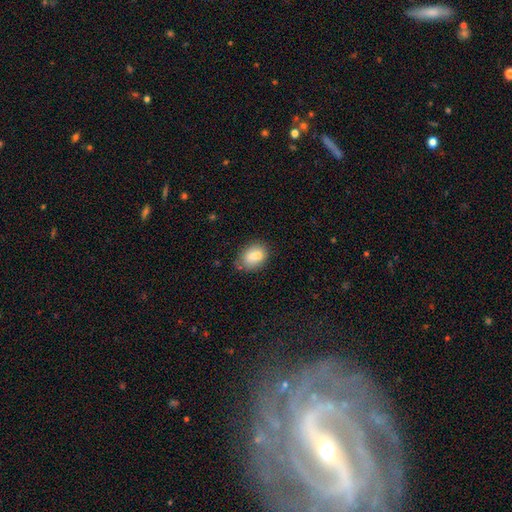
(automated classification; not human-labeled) Morphology: type=smooth (78%); roundness=in between (76%); merging=none (57%).